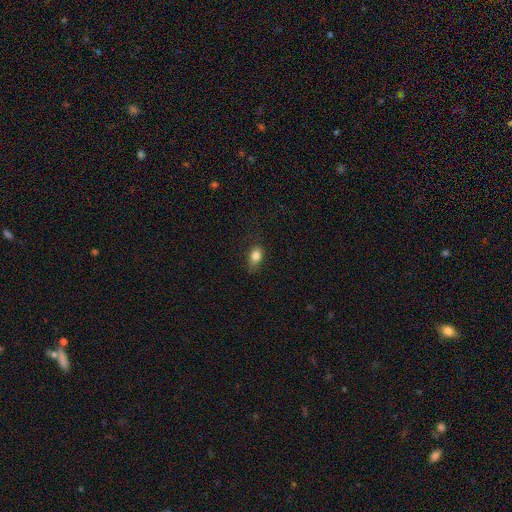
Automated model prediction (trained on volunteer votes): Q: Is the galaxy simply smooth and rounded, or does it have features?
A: smooth — 83%.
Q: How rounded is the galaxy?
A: in between — 80%.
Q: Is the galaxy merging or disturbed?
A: none — 77%.